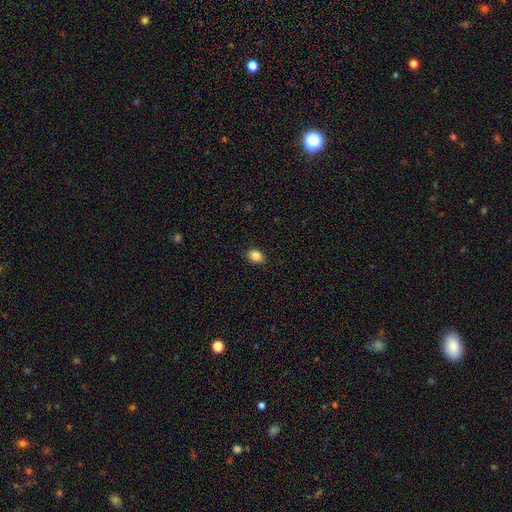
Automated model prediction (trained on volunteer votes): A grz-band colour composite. It shows a smooth galaxy with no disk features (86%) that is in between round and cigar-shaped (68%). Merging: none (89%).